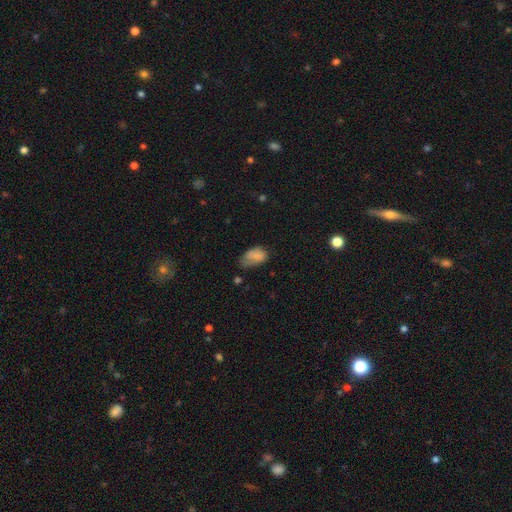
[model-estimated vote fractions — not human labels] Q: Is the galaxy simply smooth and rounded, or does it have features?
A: smooth — 78%.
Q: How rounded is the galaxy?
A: in between — 89%.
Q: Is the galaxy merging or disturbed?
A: minor disturbance — 41%.